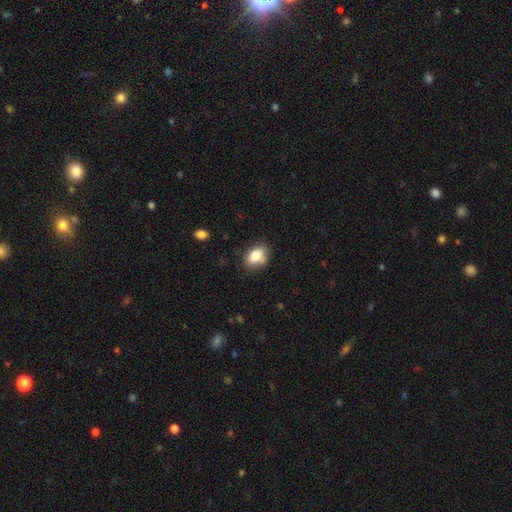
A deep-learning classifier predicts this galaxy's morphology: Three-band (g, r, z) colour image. It shows a smooth galaxy with no disk features (82%) that is in between round and cigar-shaped (71%). Merging: none (70%).